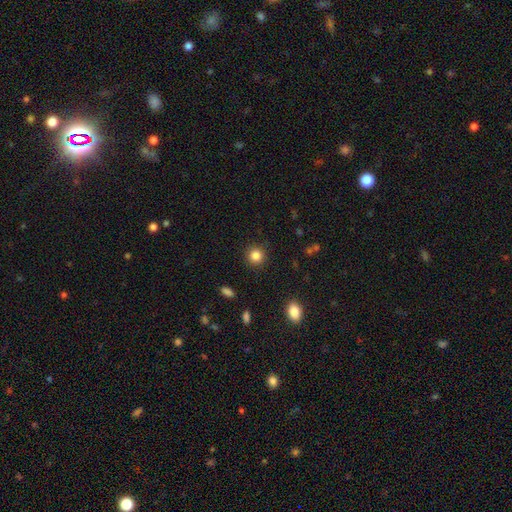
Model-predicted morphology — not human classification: The model was most divided on "smooth or featured": smooth: 85%, star or artifact: 11%, featured or disk: 4%. More confident: how rounded — round (92%); merging — none (91%).